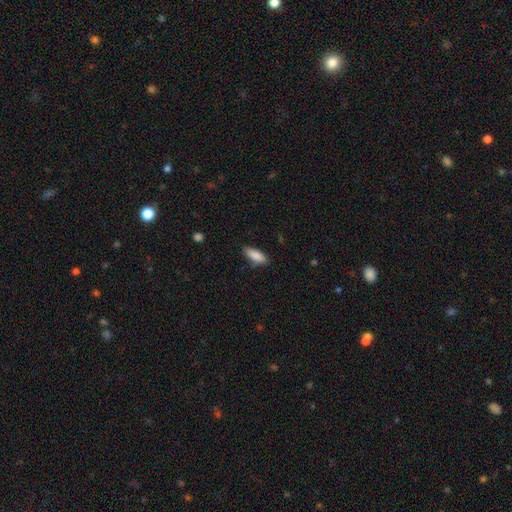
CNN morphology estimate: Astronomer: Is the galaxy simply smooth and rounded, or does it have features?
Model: smooth — 86%.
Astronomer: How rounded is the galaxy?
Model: in between — 74%.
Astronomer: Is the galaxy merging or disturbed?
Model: none — 82%.